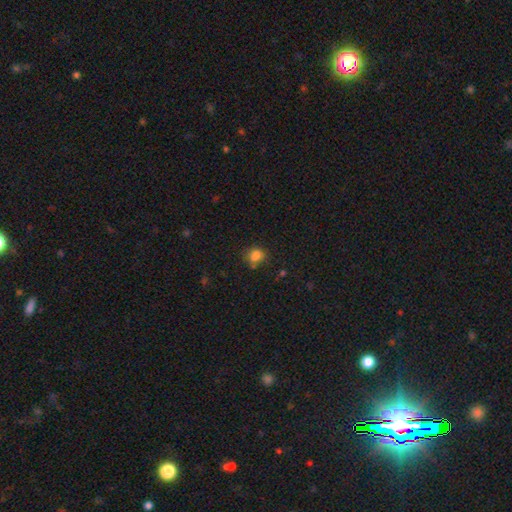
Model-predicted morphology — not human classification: type=smooth (81%); roundness=round (64%); merging=none (62%).